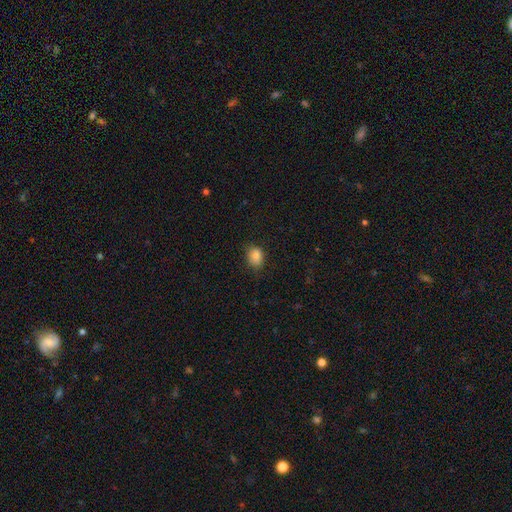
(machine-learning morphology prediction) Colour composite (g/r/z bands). It shows a smooth galaxy with no disk features (86%) that is in between round and cigar-shaped (62%). Merging: none (79%).